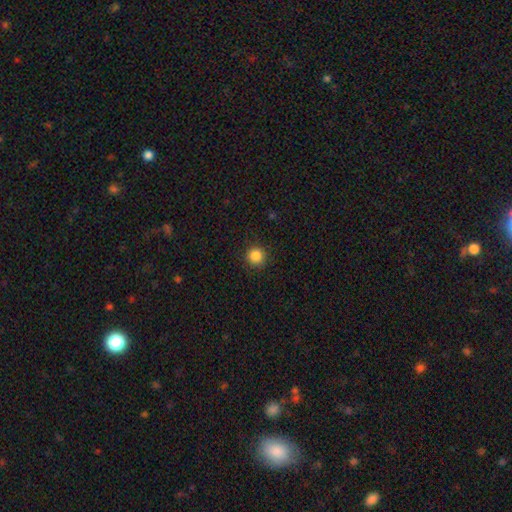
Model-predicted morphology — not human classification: This appears to be a smooth galaxy with no disk features (85%) that is round (94%). Merging: none (90%).